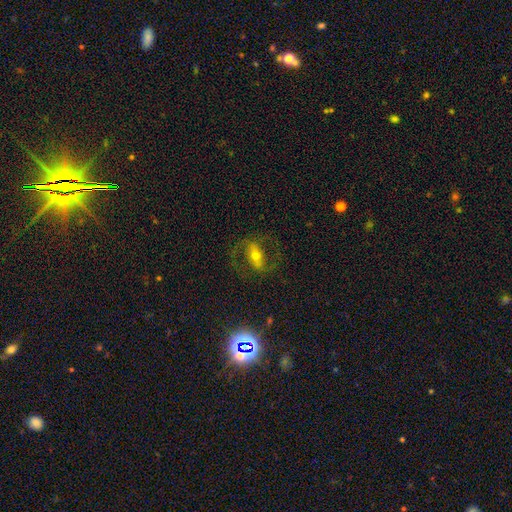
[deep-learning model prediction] Morphology: type=featured or disk (74%); edge-on=no (92%); bar=strong (54%); spiral arms=yes (80%); winding=medium (53%); arm count=2 (90%); bulge=moderate (60%); merging=none (73%).